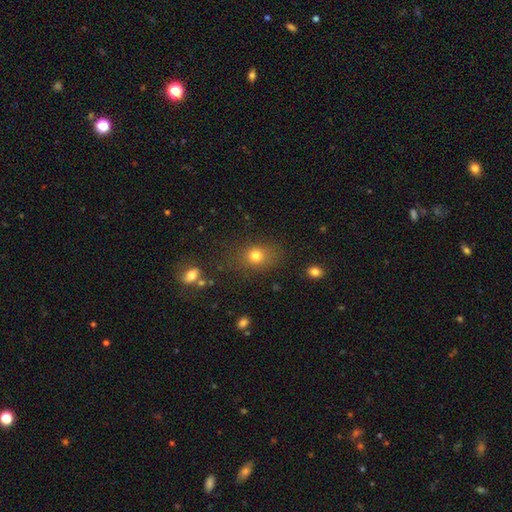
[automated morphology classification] Overall: smooth (77%). How rounded: round (55%; in between 43%). Merging: none (75%).